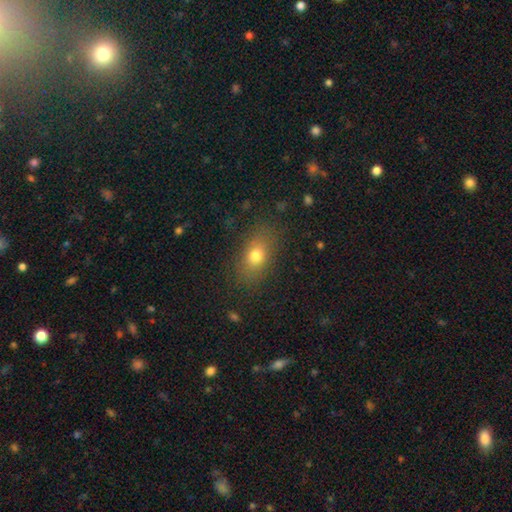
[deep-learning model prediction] The model was most divided on "how rounded": in between: 76%, round: 20%, cigar-shaped: 4%. More confident: merging — none (81%); smooth or featured — smooth (74%).